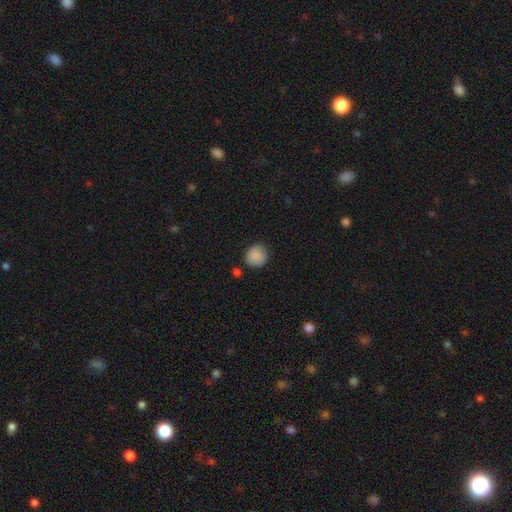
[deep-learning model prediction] Smooth or featured?
  - smooth: 88% *
  - star or artifact: 8%
  - featured or disk: 4%
How rounded?
  - round: 88% *
  - in between: 11%
  - cigar-shaped: 1%
Merging?
  - none: 77% *
  - minor disturbance: 16%
  - merger: 4%
  - major disturbance: 4%